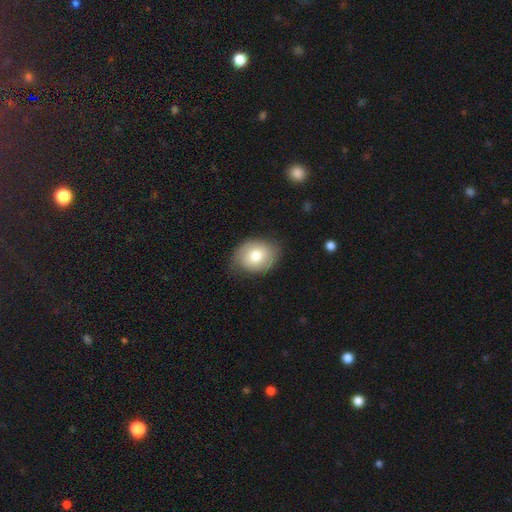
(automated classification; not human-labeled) This is likely a smooth galaxy (72%). How rounded: possibly in between (57%). Merging: likely none (74%).